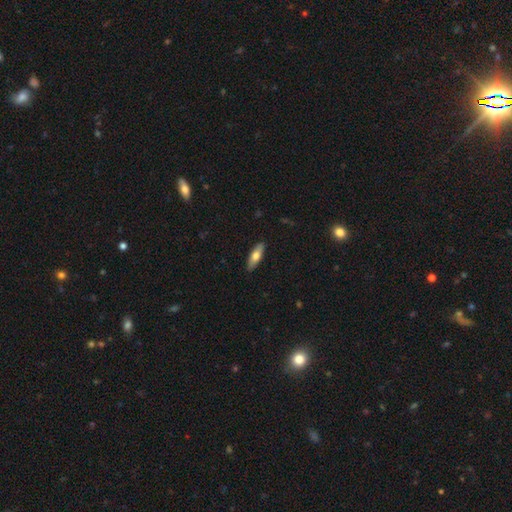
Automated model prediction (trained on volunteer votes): A smooth galaxy with no disk features (67%) that is in between round and cigar-shaped (54%).

Vote fractions:
- Smooth or featured? smooth: 67% / featured or disk: 28% / star or artifact: 6%
- How rounded? in between: 54% / cigar-shaped: 44% / round: 2%
- Merging? none: 89% / minor disturbance: 8% / major disturbance: 2% / merger: 1%